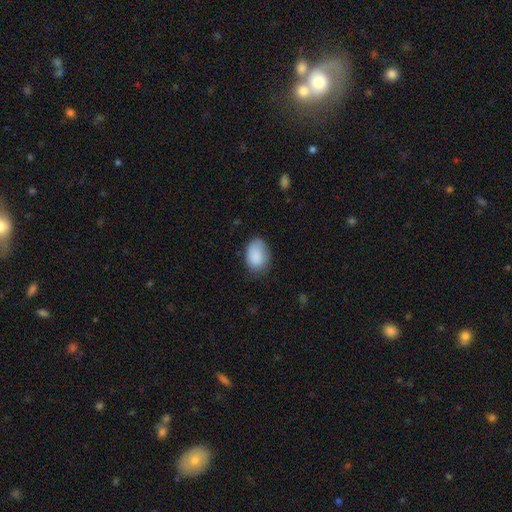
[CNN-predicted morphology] smooth-or-featured: smooth: 87% | star or artifact: 7% | featured or disk: 6%
  how-rounded: in between: 82% | round: 17% | cigar-shaped: 1%
  merging: none: 68% | minor disturbance: 25% | major disturbance: 6% | merger: 1%